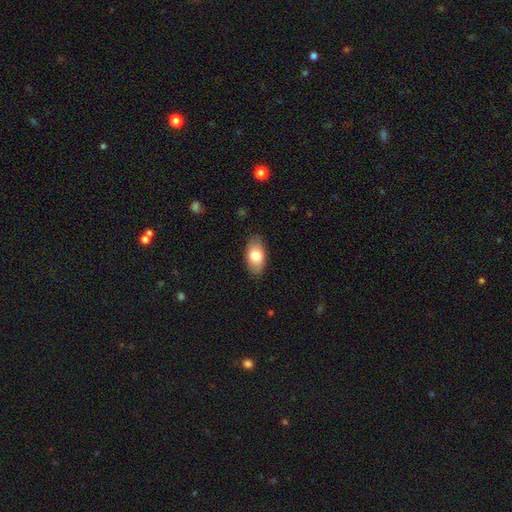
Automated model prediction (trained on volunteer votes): Overall: smooth (80%). How rounded: in between (93%). Merging: none (85%).